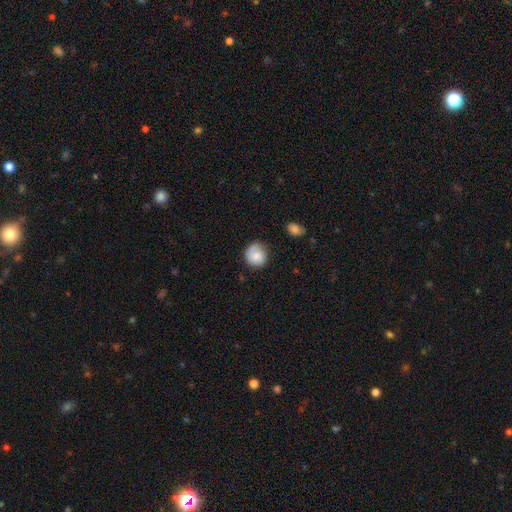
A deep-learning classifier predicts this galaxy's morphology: smooth 72%, featured or disk 20%, star or artifact 8%. Down the decision tree: how rounded — round (83%); merging — none (69%).